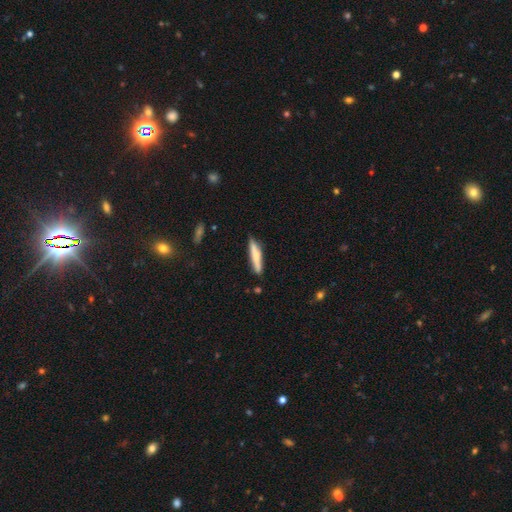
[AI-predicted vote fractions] Smooth or featured? smooth (67%)
How rounded? cigar-shaped (90%)
Merging? none (83%)